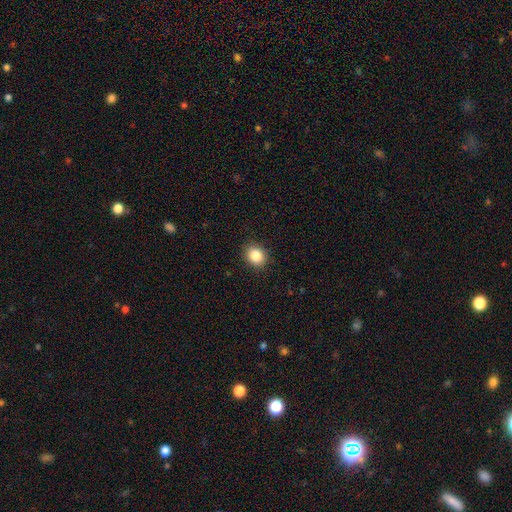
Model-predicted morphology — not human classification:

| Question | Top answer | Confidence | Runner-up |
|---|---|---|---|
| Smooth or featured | smooth | 85% | star or artifact (10%) |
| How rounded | round | 67% | in between (32%) |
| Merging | none | 90% | minor disturbance (7%) |